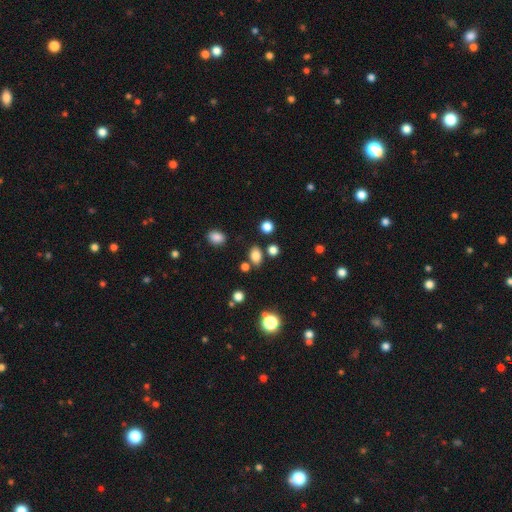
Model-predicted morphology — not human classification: Q: Smooth or featured?
A: smooth (79%); runner-up: star or artifact (14%)
Q: How rounded?
A: in between (77%); runner-up: round (21%)
Q: Merging?
A: none (77%); runner-up: minor disturbance (11%)